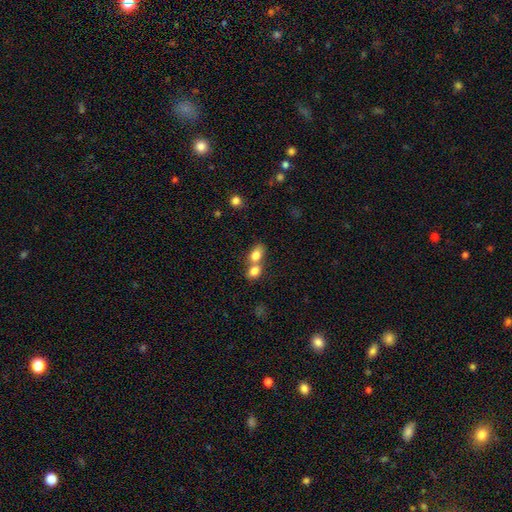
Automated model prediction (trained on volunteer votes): Smooth or featured? Predicted: smooth (p=0.80). How rounded? Predicted: in between (p=0.73). Merging? Predicted: merger (p=0.66).